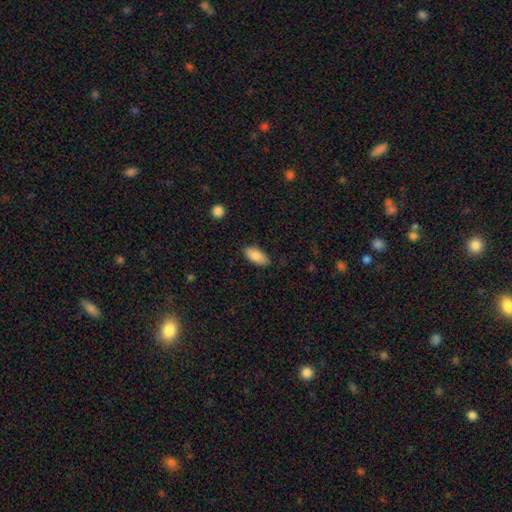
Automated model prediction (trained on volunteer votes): Overall: smooth (86%). How rounded: in between (91%). Merging: none (84%).